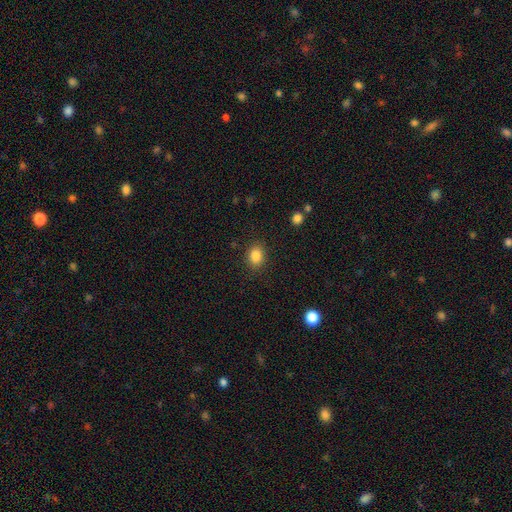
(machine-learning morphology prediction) A smooth galaxy with no disk features (86%) that is in between round and cigar-shaped (55%). Merging: none (87%).